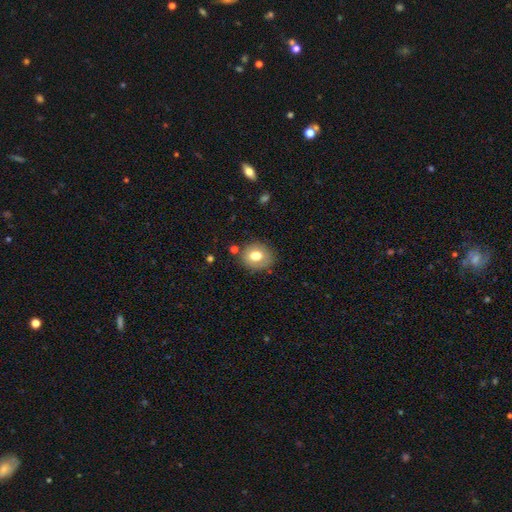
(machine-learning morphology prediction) smooth 73%, featured or disk 18%, star or artifact 9%. Down the decision tree: how rounded — round (69%); merging — none (81%).